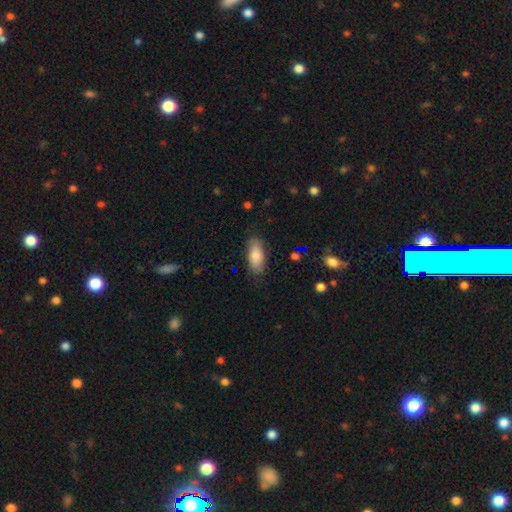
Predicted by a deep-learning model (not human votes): Smooth or featured? smooth (78%)
How rounded? in between (84%)
Merging? none (82%)